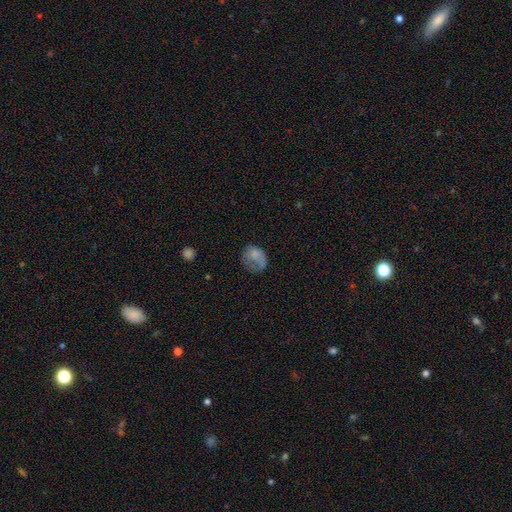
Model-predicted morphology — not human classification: type=smooth (71%); roundness=round (54%); merging=major disturbance (38%).